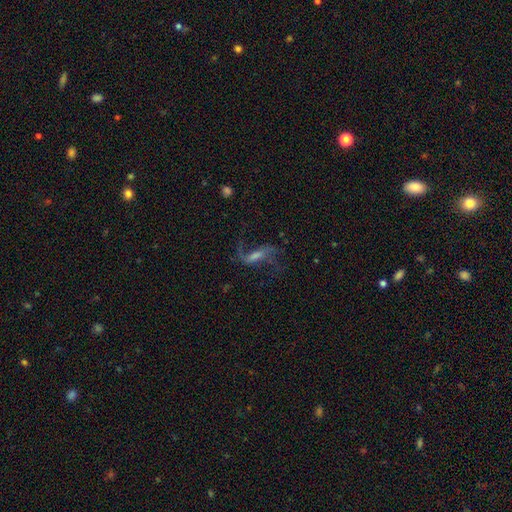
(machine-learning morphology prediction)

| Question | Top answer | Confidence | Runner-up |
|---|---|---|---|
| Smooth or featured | featured or disk | 74% | smooth (14%) |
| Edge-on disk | no | 88% | yes (12%) |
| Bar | weak | 42% | strong (34%) |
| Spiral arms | yes | 89% | no (11%) |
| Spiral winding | loose | 79% | medium (17%) |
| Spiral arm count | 2 | 82% | 1 (8%) |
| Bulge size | small | 37% | moderate (33%) |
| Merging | none | 57% | major disturbance (25%) |